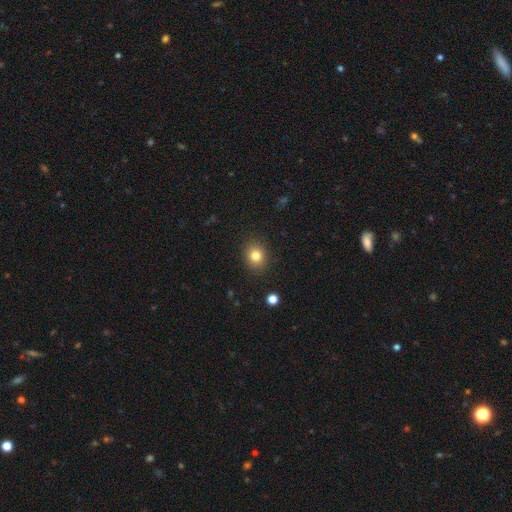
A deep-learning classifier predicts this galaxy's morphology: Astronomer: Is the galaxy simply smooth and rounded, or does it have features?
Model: smooth — 81%.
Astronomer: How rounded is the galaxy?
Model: round — 68%.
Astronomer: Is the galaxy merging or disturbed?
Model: none — 88%.